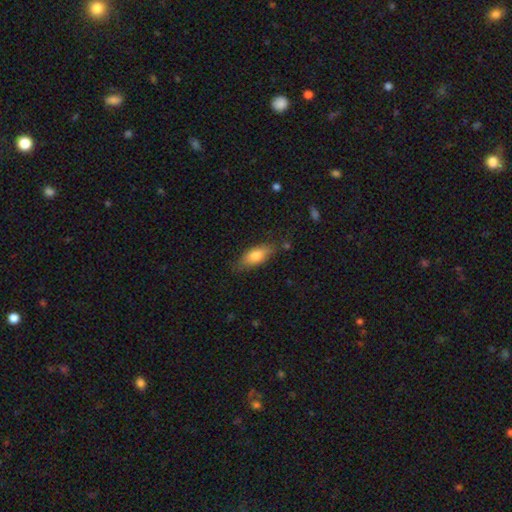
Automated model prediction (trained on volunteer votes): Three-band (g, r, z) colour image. It shows a smooth galaxy with no disk features (76%) that is in between round and cigar-shaped (78%). Merging: none (74%).